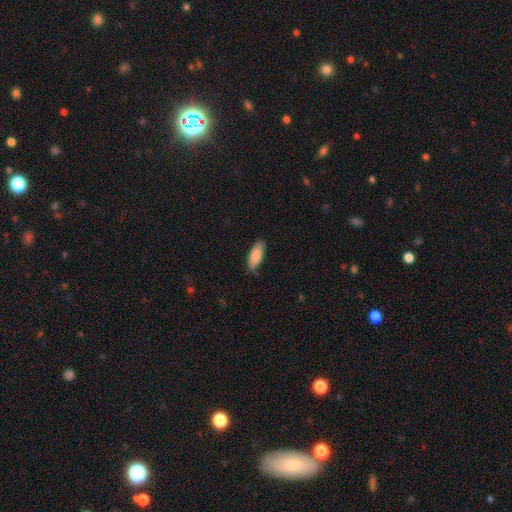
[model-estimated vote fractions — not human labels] Smooth or featured: smooth — 85% (featured or disk — 10%)
How rounded: in between — 74% (cigar-shaped — 24%)
Merging: none — 87% (minor disturbance — 10%)